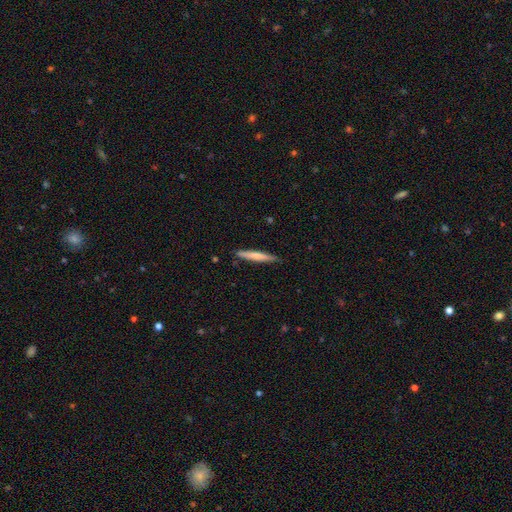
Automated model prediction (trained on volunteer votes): This appears to be a smooth galaxy with no disk features (65%) that is cigar-shaped (94%). Merging: none (86%).